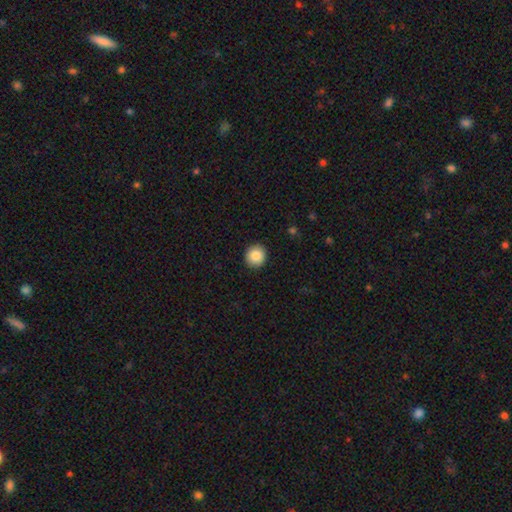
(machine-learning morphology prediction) smooth_or_featured: smooth (p=0.87) [alt: star or artifact p=0.09]
how_rounded: round (p=0.92) [alt: in between p=0.07]
merging: none (p=0.92) [alt: minor disturbance p=0.05]